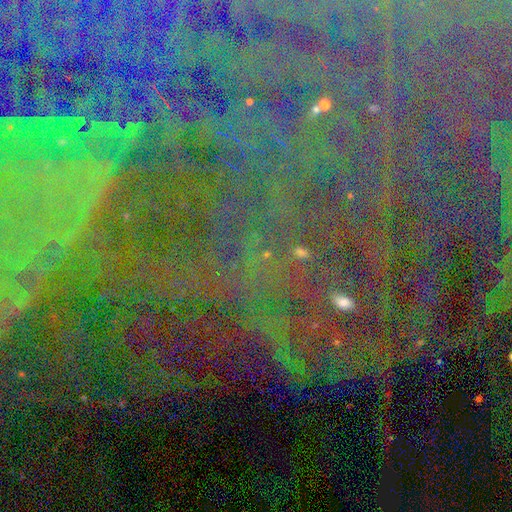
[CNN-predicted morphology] Smooth or featured?
  - star or artifact: 85% *
  - featured or disk: 8%
  - smooth: 7%